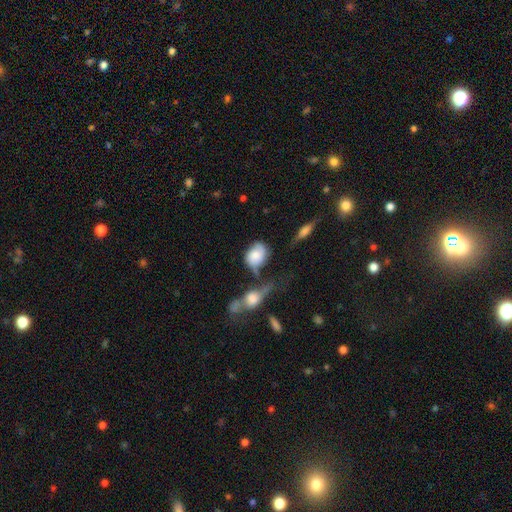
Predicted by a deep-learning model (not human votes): smooth-or-featured: smooth: 63% | featured or disk: 29% | star or artifact: 8%
  how-rounded: in between: 58% | round: 40% | cigar-shaped: 2%
  merging: none: 34% | minor disturbance: 24% | merger: 22% | major disturbance: 19%